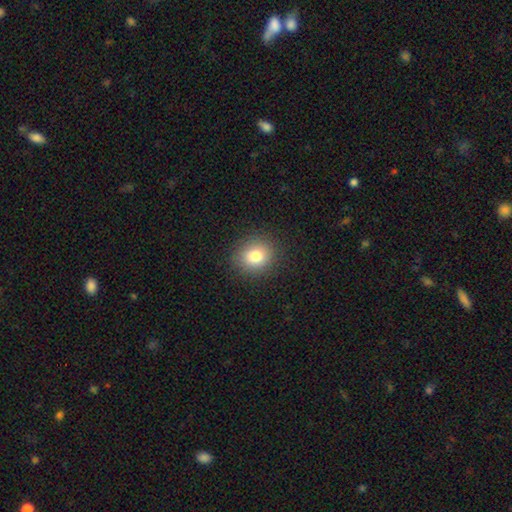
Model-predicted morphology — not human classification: A smooth galaxy with no disk features (80%) that is round (78%).

Vote fractions:
- Smooth or featured? smooth: 80% / star or artifact: 12% / featured or disk: 8%
- How rounded? round: 78% / in between: 22% / cigar-shaped: 1%
- Merging? none: 89% / minor disturbance: 7% / major disturbance: 3% / merger: 1%